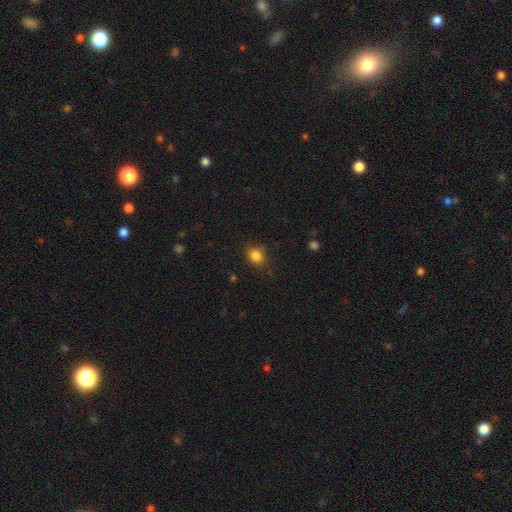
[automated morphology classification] type=smooth (84%); roundness=round (62%); merging=none (84%).